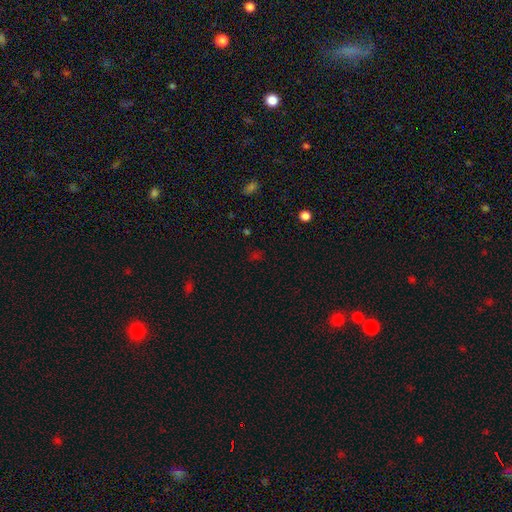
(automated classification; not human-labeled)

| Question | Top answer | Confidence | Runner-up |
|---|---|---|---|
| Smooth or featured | star or artifact | 52% | smooth (40%) |